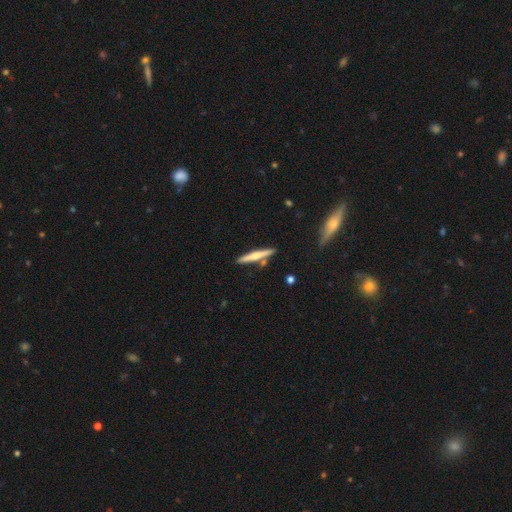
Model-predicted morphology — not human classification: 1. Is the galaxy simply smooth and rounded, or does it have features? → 48% smooth, 46% featured or disk, 6% star or artifact.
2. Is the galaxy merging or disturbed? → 84% none, 9% minor disturbance, 5% merger, 2% major disturbance.